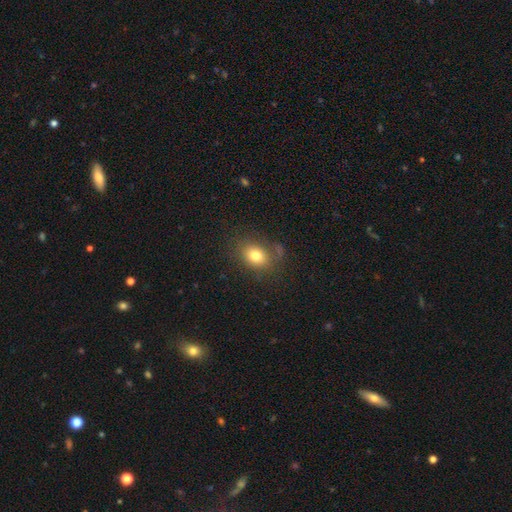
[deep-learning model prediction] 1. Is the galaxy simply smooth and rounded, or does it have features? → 77% smooth, 12% star or artifact, 11% featured or disk.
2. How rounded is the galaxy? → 58% in between, 41% round, 1% cigar-shaped.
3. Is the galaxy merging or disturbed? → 73% none, 16% minor disturbance, 8% major disturbance, 3% merger.